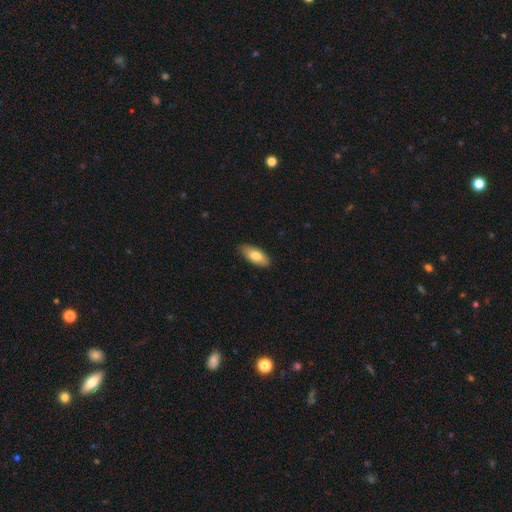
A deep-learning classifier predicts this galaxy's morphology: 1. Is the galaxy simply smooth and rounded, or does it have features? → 80% smooth, 14% featured or disk, 6% star or artifact.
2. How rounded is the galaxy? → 83% in between, 15% cigar-shaped, 2% round.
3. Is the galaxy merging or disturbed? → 85% none, 12% minor disturbance, 2% major disturbance, 1% merger.